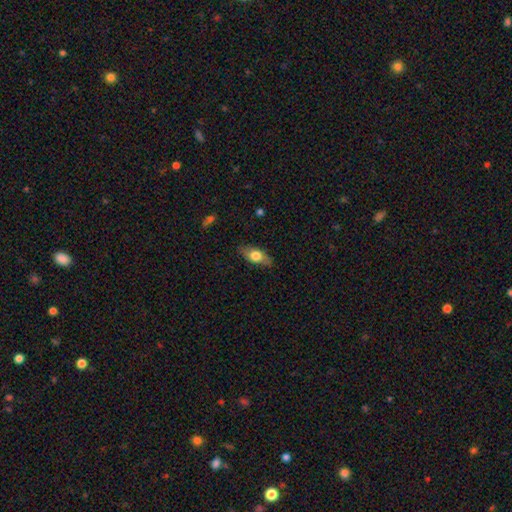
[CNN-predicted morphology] This is likely a smooth galaxy (65%). How rounded: likely in between (79%). Merging: likely none (80%).